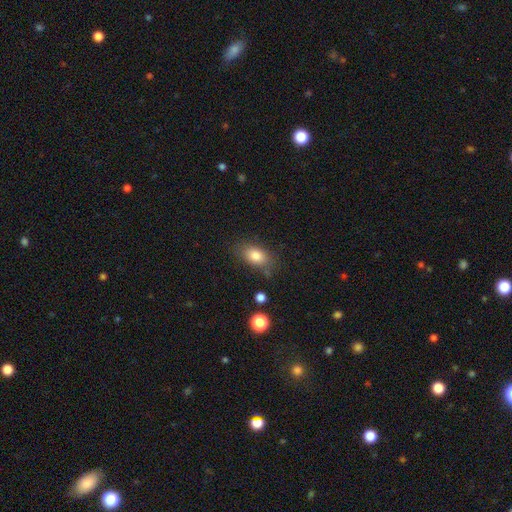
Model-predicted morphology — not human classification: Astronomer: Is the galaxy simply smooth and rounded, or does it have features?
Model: smooth — 82%.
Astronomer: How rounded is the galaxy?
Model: in between — 83%.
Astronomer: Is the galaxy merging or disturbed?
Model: none — 74%.